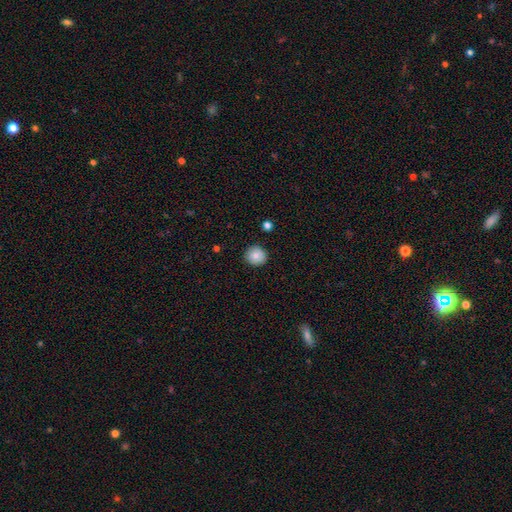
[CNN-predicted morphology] Smooth or featured: smooth — 80% (featured or disk — 12%)
How rounded: round — 91% (in between — 8%)
Merging: none — 89% (minor disturbance — 8%)